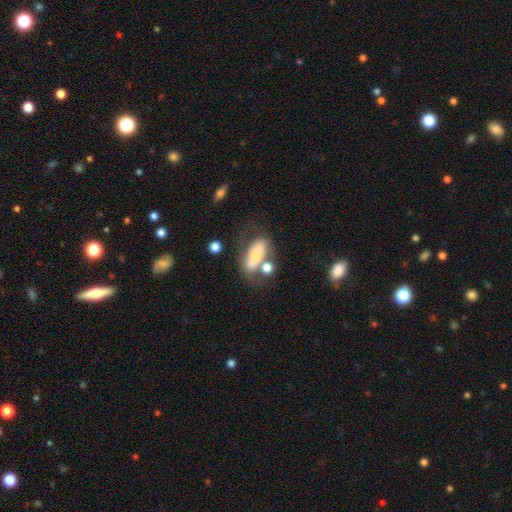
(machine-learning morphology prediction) The model was most divided on "smooth or featured": smooth: 54%, featured or disk: 38%, star or artifact: 8%. Remaining: how rounded — in between (78%); merging — none (42%).